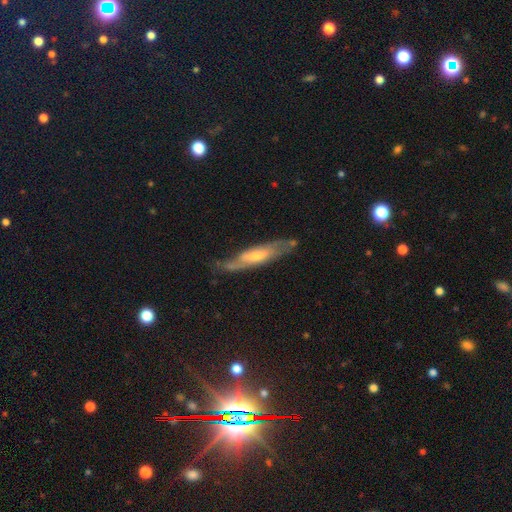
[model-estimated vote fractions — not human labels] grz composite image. It shows a featured or disk galaxy (68%). Merging: none (65%).